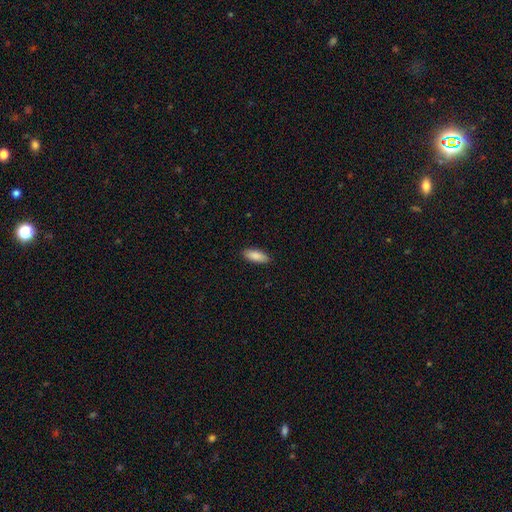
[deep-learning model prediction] A smooth galaxy with no disk features (88%) that is in between round and cigar-shaped (77%). Merging: none (88%).